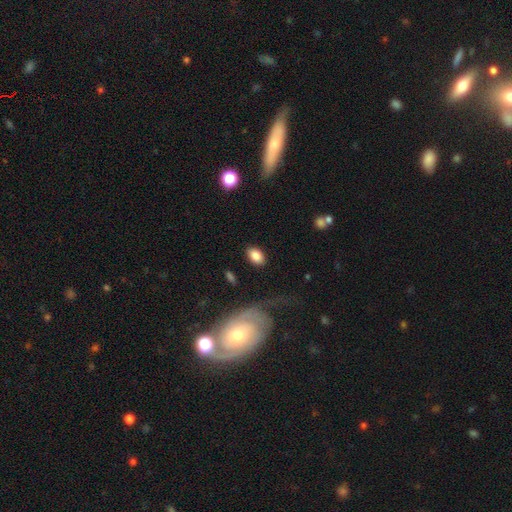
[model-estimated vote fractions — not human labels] A smooth galaxy with no disk features (84%) that is in between round and cigar-shaped (88%). Merging: none (85%).